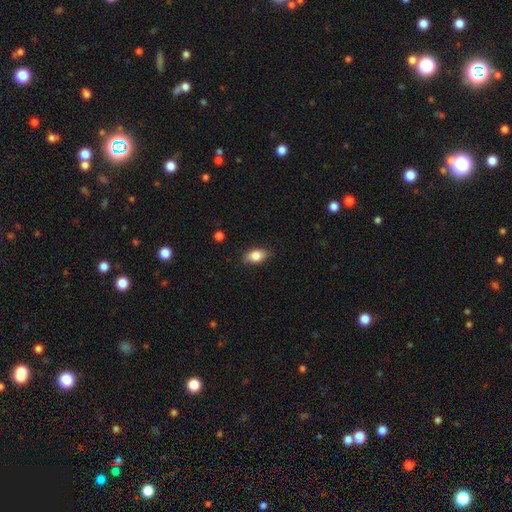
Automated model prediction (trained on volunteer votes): A smooth galaxy with no disk features (83%) that is in between round and cigar-shaped (87%). Merging: none (83%).